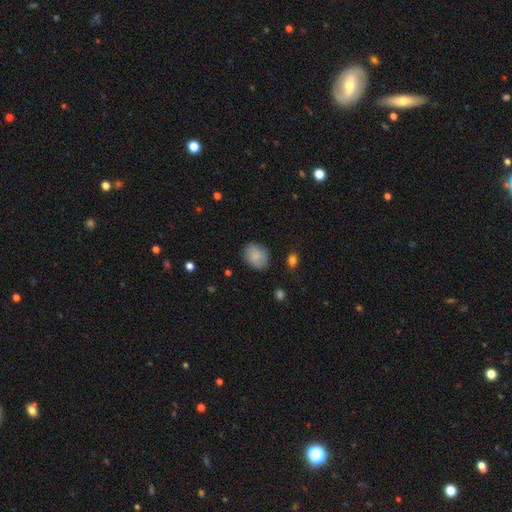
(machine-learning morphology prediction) smooth 83%, featured or disk 10%, star or artifact 7%. Down the decision tree: how rounded — in between (59%); merging — none (82%).